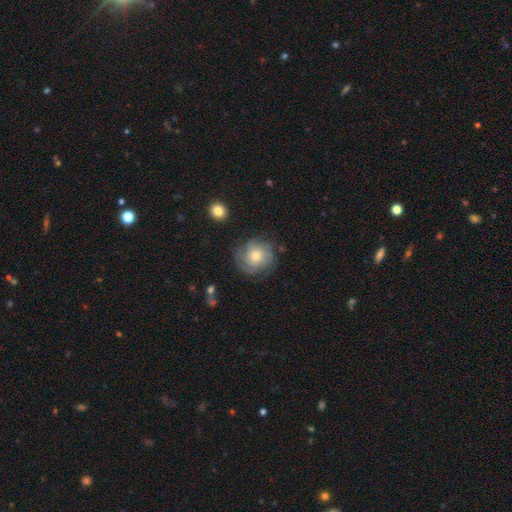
smooth_or_featured: featured or disk (p=0.50) [alt: smooth p=0.37]
disk_edge_on: no (p=1.00)
bar: no (p=0.95) [alt: weak p=0.05]
has_spiral_arms: yes (p=0.84) [alt: no p=0.16]
spiral_winding: tight (p=0.75) [alt: medium p=0.19]
spiral_arm_count: can't tell (p=0.69) [alt: 3 p=0.19]
bulge_size: moderate (p=0.63) [alt: small p=0.26]
merging: none (p=0.73) [alt: minor disturbance p=0.15]